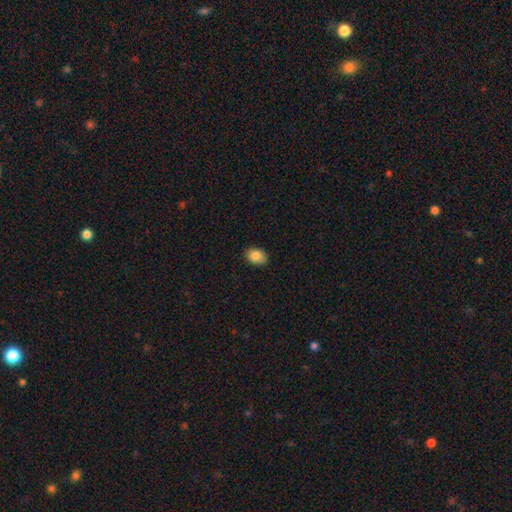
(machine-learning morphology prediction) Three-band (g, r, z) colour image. It shows a smooth galaxy with no disk features (86%) that is in between round and cigar-shaped (73%). Merging: none (88%).